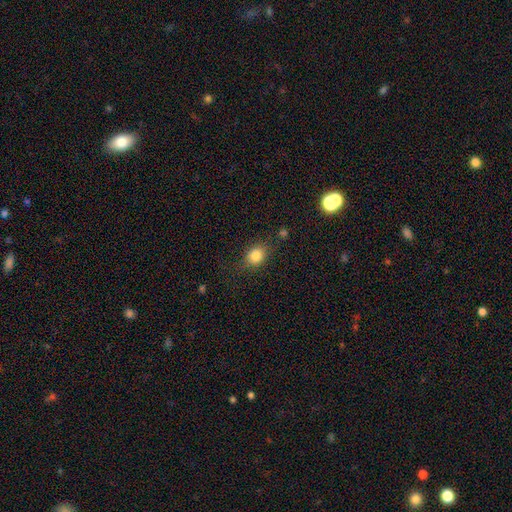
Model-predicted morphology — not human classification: Smooth or featured? smooth (83%)
How rounded? round (52%)
Merging? none (74%)